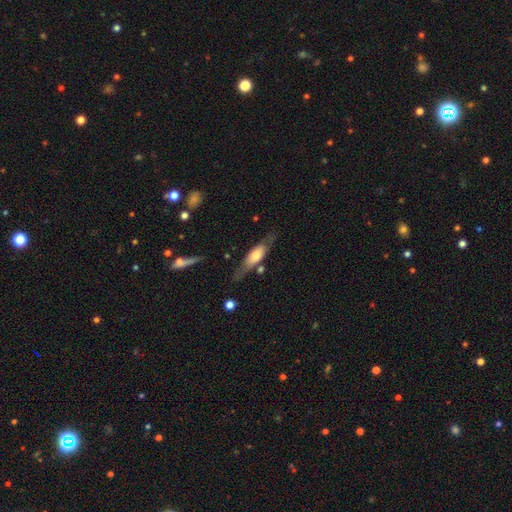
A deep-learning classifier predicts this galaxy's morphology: smooth-or-featured: smooth: 49% | featured or disk: 45% | star or artifact: 6%
  merging: none: 70% | minor disturbance: 19% | major disturbance: 7% | merger: 5%